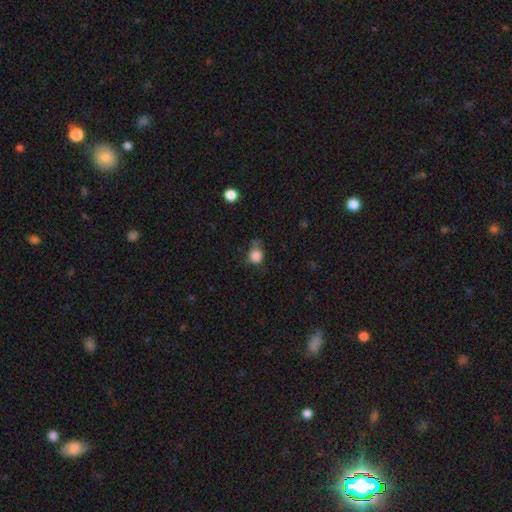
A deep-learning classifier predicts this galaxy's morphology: Smooth or featured?
  - smooth: 83% *
  - star or artifact: 11%
  - featured or disk: 6%
How rounded?
  - round: 76% *
  - in between: 23%
  - cigar-shaped: 1%
Merging?
  - none: 49% *
  - minor disturbance: 33%
  - major disturbance: 13%
  - merger: 5%